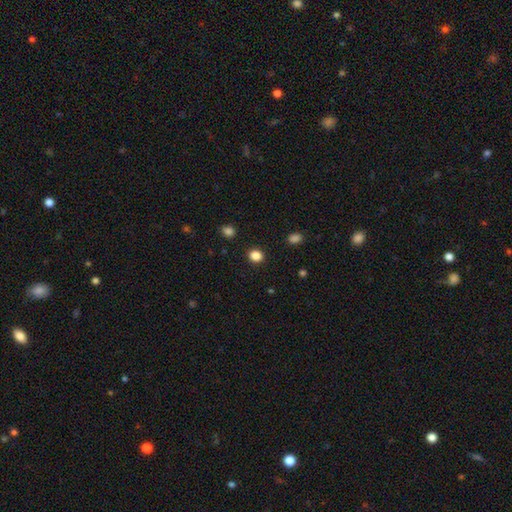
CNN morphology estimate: A smooth galaxy with no disk features (85%) that is round (76%).

Vote fractions:
- Smooth or featured? smooth: 85% / star or artifact: 12% / featured or disk: 3%
- How rounded? round: 76% / in between: 23% / cigar-shaped: 1%
- Merging? none: 91% / minor disturbance: 6% / major disturbance: 2% / merger: 1%